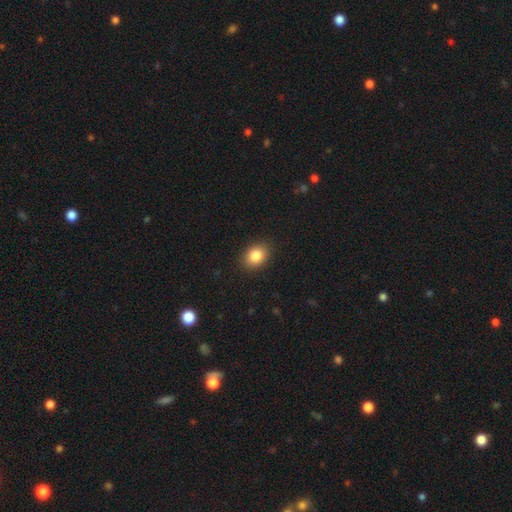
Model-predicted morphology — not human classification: A smooth galaxy with no disk features (85%) that is in between round and cigar-shaped (59%).

Vote fractions:
- Smooth or featured? smooth: 85% / star or artifact: 9% / featured or disk: 6%
- How rounded? in between: 59% / round: 40% / cigar-shaped: 1%
- Merging? none: 88% / minor disturbance: 8% / major disturbance: 2% / merger: 1%